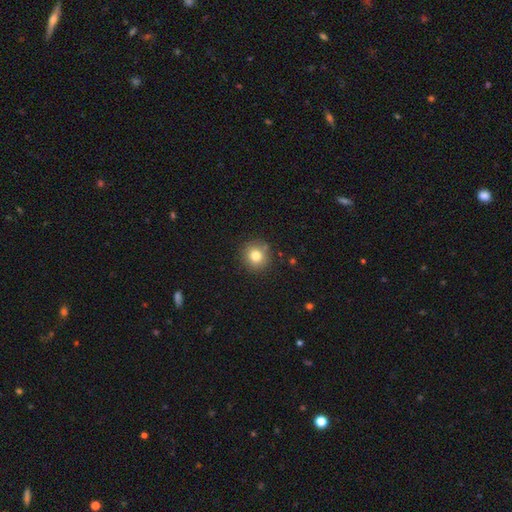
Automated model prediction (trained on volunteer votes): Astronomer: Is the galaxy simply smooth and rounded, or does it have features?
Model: smooth — 80%.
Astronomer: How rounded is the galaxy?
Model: round — 91%.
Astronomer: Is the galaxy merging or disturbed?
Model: none — 86%.